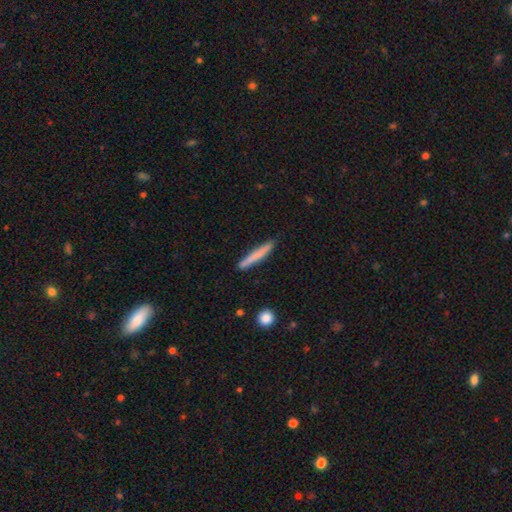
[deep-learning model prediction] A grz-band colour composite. It shows a smooth galaxy with no disk features (72%) that is cigar-shaped (96%). Merging: none (85%).